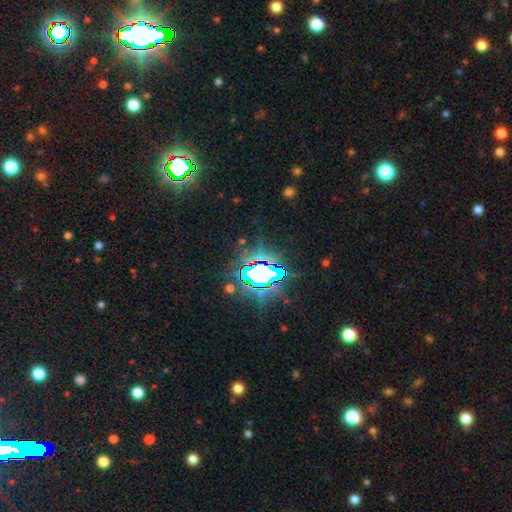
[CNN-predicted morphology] This appears to be a star or artifact, not a galaxy (81%).